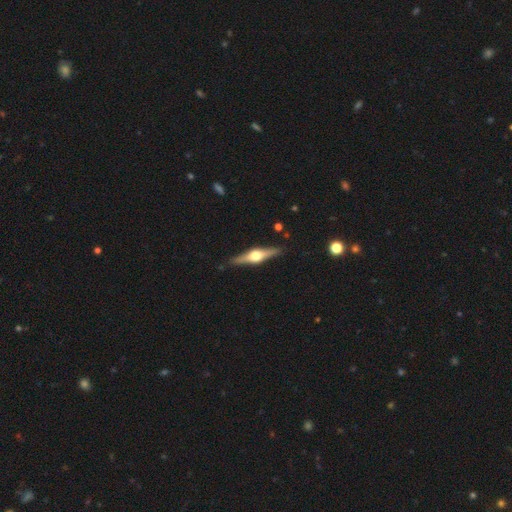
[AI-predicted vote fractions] Q: Smooth or featured?
A: featured or disk (77%); runner-up: smooth (18%)
Q: Edge-on disk?
A: yes (98%); runner-up: no (2%)
Q: Edge-on bulge?
A: rounded (95%); runner-up: boxy (3%)
Q: Merging?
A: none (90%); runner-up: minor disturbance (7%)